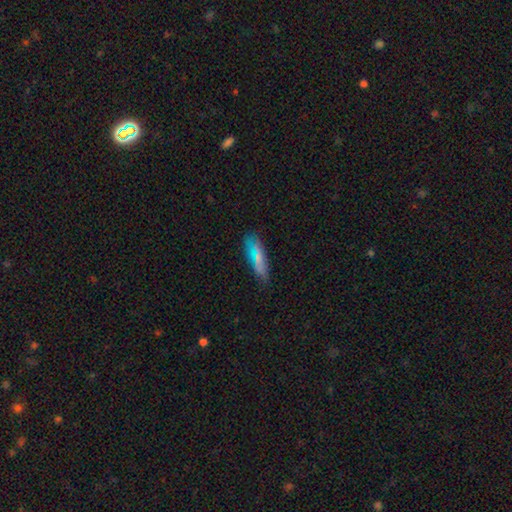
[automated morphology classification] This is likely a smooth galaxy (64%). How rounded: possibly in between (55%). Merging: likely none (78%).